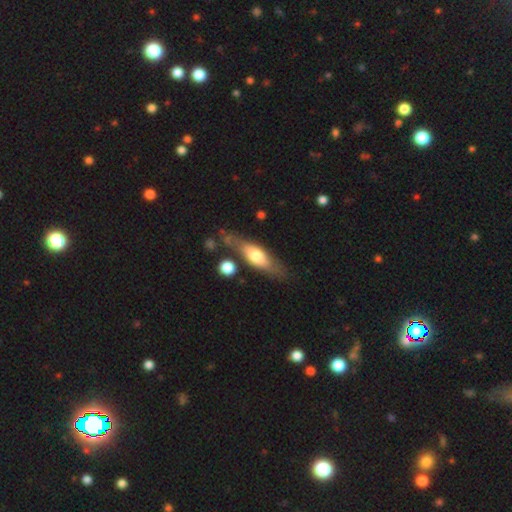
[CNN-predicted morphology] smooth_or_featured: smooth (p=0.52) [alt: featured or disk p=0.42]
how_rounded: in between (p=0.52) [alt: cigar-shaped p=0.45]
merging: none (p=0.68) [alt: minor disturbance p=0.18]